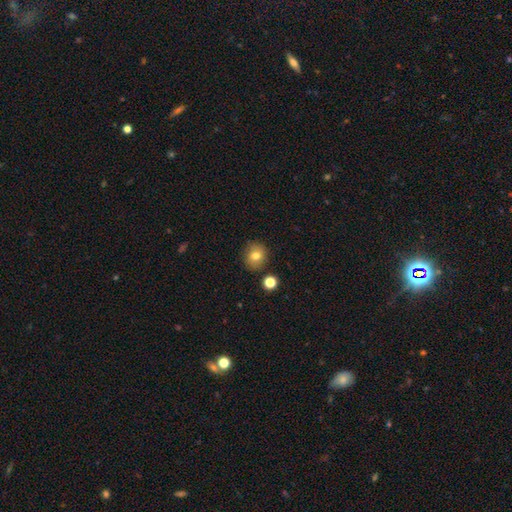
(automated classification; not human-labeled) This is likely a smooth galaxy (78%). How rounded: clearly round (81%). Merging: clearly none (84%).